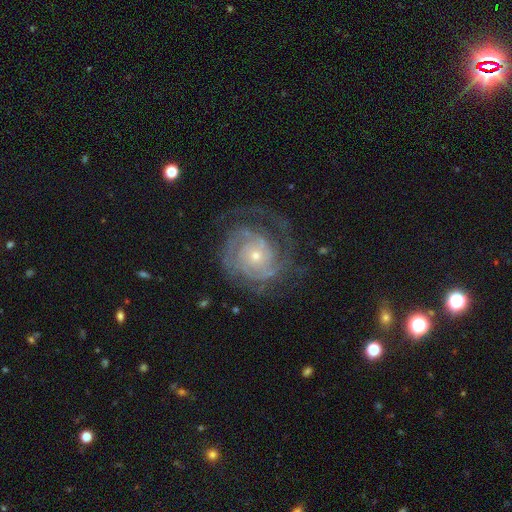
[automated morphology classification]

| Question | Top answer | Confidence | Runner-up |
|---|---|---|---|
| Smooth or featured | featured or disk | 86% | smooth (8%) |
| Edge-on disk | no | 97% | yes (3%) |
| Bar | no | 78% | weak (17%) |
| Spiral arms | yes | 94% | no (6%) |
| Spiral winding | tight | 70% | medium (23%) |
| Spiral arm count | can't tell | 32% | 2 (27%) |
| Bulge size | small | 68% | moderate (28%) |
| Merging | none | 67% | minor disturbance (17%) |